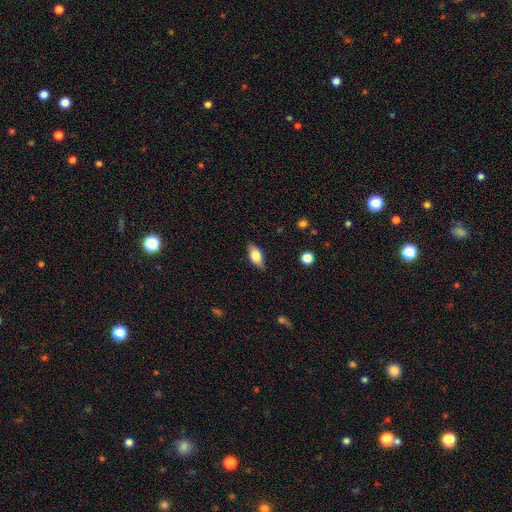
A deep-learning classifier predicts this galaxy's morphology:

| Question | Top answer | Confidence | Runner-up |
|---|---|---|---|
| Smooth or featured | smooth | 74% | featured or disk (19%) |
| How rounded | in between | 87% | cigar-shaped (7%) |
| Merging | none | 80% | minor disturbance (15%) |